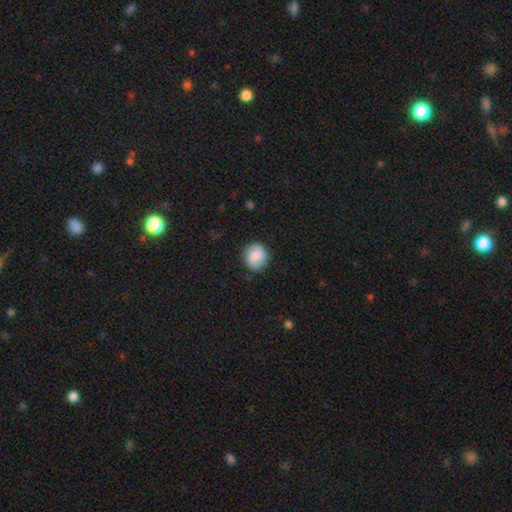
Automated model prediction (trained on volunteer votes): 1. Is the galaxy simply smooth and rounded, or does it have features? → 78% smooth, 14% featured or disk, 7% star or artifact.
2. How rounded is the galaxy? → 87% round, 12% in between, 1% cigar-shaped.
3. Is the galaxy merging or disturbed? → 85% none, 11% minor disturbance, 3% major disturbance, 1% merger.